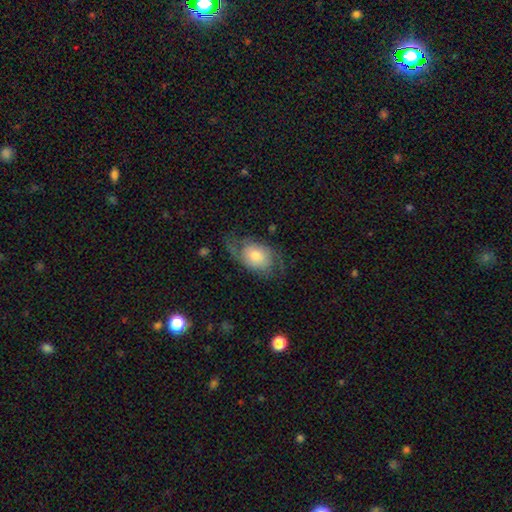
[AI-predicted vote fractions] smooth-or-featured: featured or disk: 53% | smooth: 40% | star or artifact: 8%
  disk-edge-on: no: 95% | yes: 5%
  merging: none: 51% | minor disturbance: 25% | major disturbance: 22% | merger: 2%